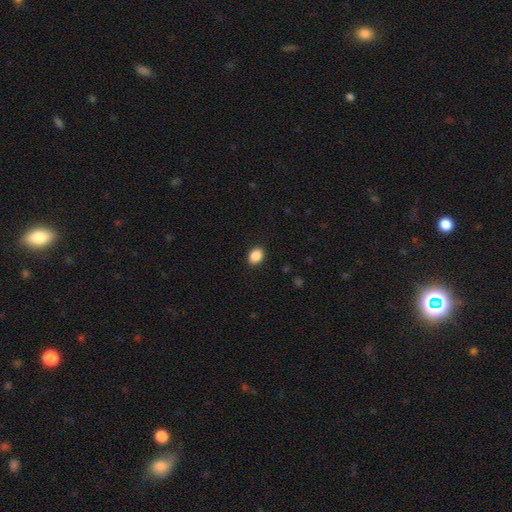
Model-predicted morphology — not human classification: Q: Smooth or featured?
A: smooth (89%); runner-up: star or artifact (8%)
Q: How rounded?
A: in between (64%); runner-up: round (35%)
Q: Merging?
A: none (90%); runner-up: minor disturbance (7%)